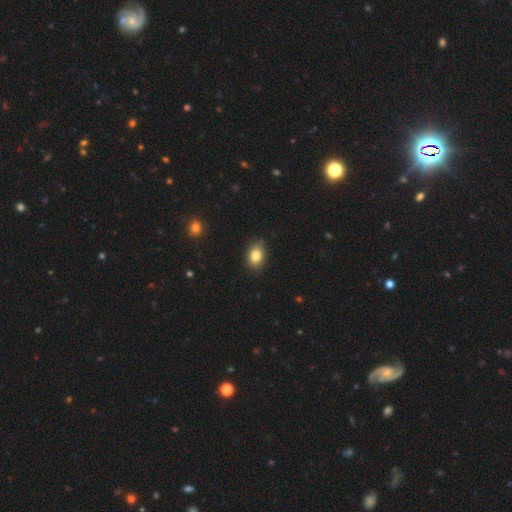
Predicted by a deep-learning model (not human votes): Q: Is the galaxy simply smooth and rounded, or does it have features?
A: smooth — 83%.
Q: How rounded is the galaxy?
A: in between — 75%.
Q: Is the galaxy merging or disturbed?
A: none — 84%.